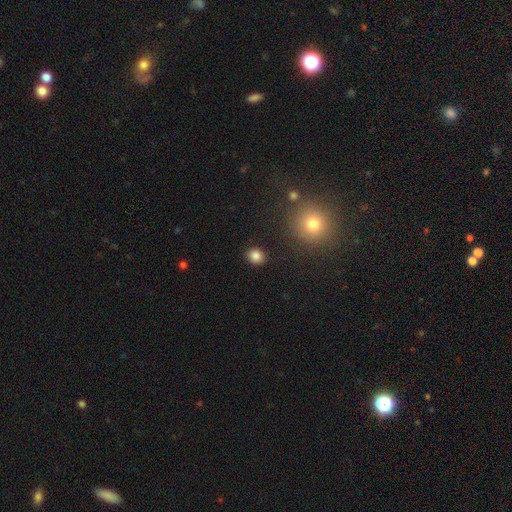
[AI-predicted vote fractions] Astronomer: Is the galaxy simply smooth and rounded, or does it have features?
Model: smooth — 84%.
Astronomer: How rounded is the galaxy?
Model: round — 73%.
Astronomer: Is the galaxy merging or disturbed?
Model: none — 88%.